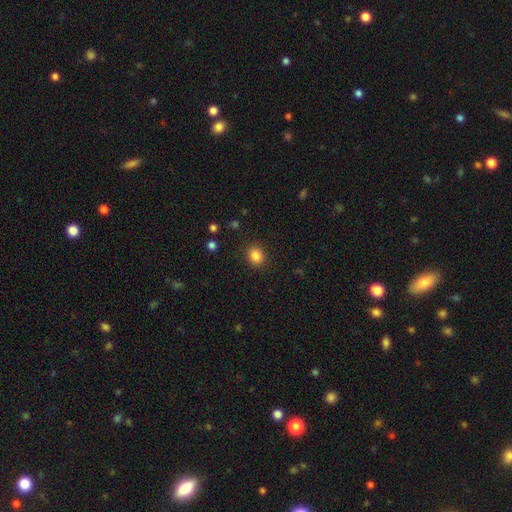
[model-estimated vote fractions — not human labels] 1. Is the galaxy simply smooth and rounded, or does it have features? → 85% smooth, 11% star or artifact, 4% featured or disk.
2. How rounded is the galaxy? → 68% round, 32% in between, 1% cigar-shaped.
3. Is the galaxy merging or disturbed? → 89% none, 7% minor disturbance, 2% major disturbance, 1% merger.